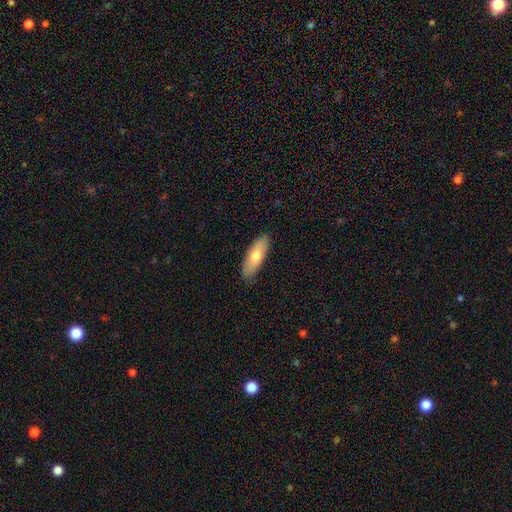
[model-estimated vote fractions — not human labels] Overall: smooth (71%). How rounded: in between (54%; cigar-shaped 44%). Merging: none (87%).